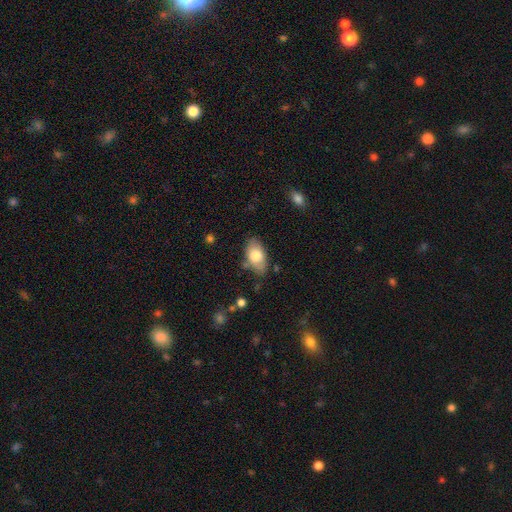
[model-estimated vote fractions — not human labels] Smooth or featured? Predicted: smooth (p=0.76). How rounded? Predicted: in between (p=0.93). Merging? Predicted: none (p=0.74).